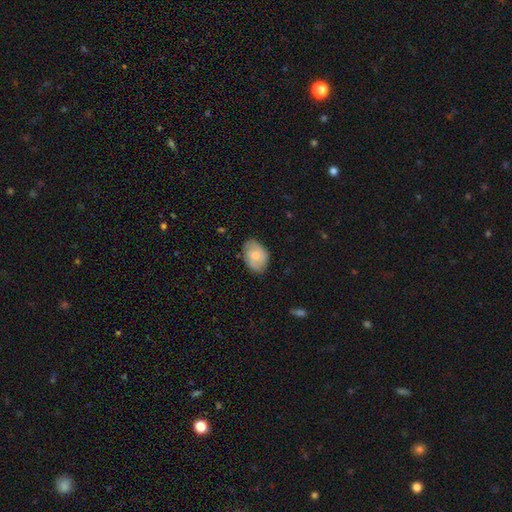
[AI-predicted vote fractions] Smooth or featured? Predicted: smooth (p=0.63). How rounded? Predicted: in between (p=0.82). Merging? Predicted: none (p=0.75).